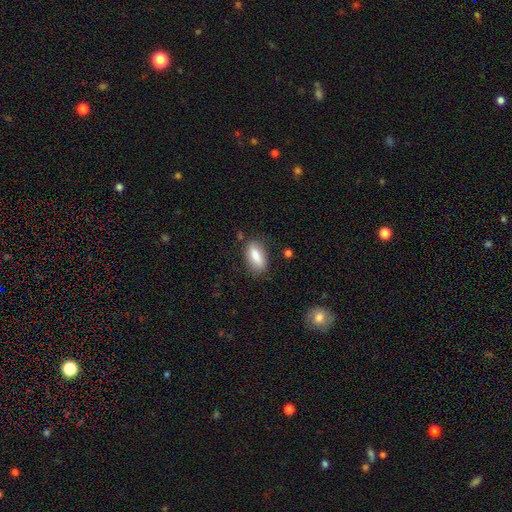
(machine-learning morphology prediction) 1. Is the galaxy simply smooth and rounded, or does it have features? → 83% smooth, 11% featured or disk, 7% star or artifact.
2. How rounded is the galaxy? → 82% in between, 14% cigar-shaped, 3% round.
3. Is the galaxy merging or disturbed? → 77% none, 16% minor disturbance, 4% major disturbance, 2% merger.